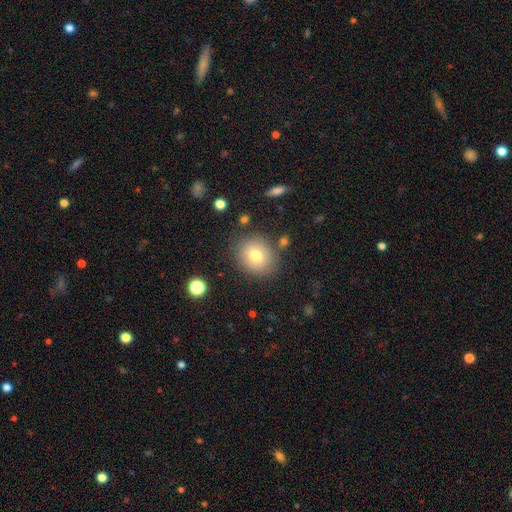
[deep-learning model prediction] smooth 75%, featured or disk 14%, star or artifact 11%. Down the decision tree: how rounded — round (72%); merging — none (81%).